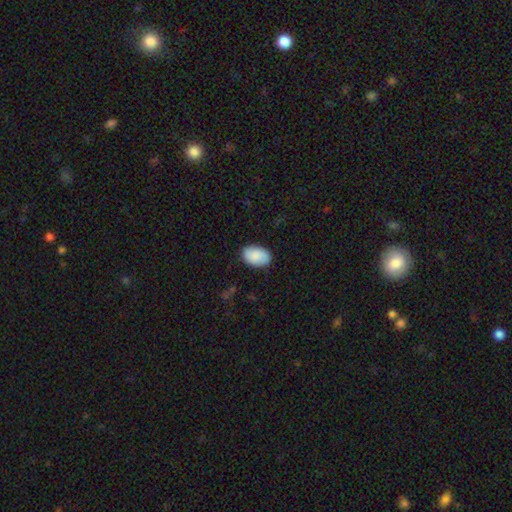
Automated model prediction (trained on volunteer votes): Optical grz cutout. It shows a smooth galaxy with no disk features (87%) that is in between round and cigar-shaped (90%). Merging: none (85%).